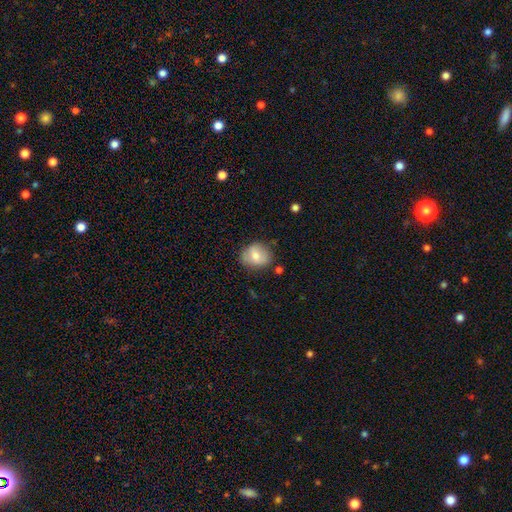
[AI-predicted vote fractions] Overall: smooth (73%). How rounded: round (59%; in between 40%). Merging: none (74%).